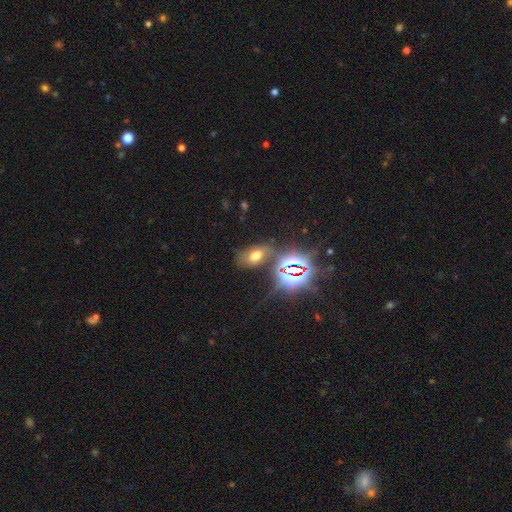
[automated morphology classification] This appears to be a smooth galaxy with no disk features (44%). Merging: none (62%).